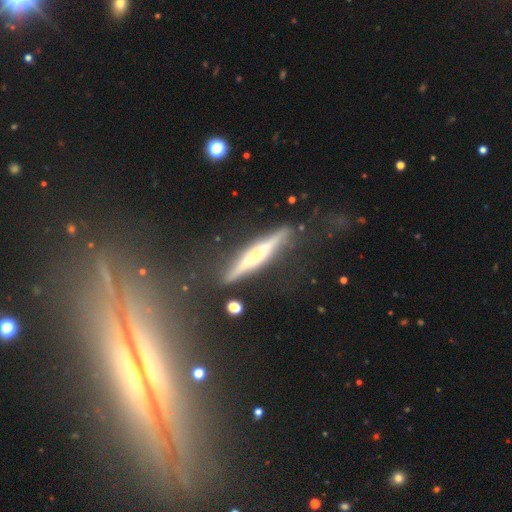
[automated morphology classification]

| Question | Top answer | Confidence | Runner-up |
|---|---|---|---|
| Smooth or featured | featured or disk | 68% | smooth (24%) |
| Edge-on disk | yes | 95% | no (5%) |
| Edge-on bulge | rounded | 36% | none (33%) |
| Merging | none | 75% | minor disturbance (16%) |